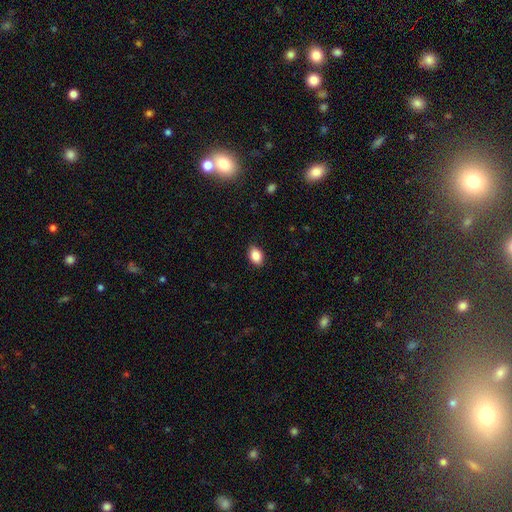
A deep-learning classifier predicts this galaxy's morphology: The model was most divided on "how rounded": in between: 82%, round: 17%, cigar-shaped: 1%. More confident: smooth or featured — smooth (87%); merging — none (86%).